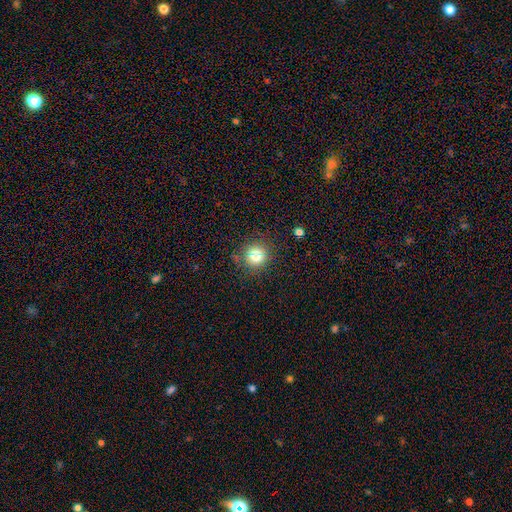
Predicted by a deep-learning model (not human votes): The model was most divided on "smooth or featured": smooth: 75%, star or artifact: 16%, featured or disk: 9%. More confident: how rounded — round (91%); merging — none (82%).